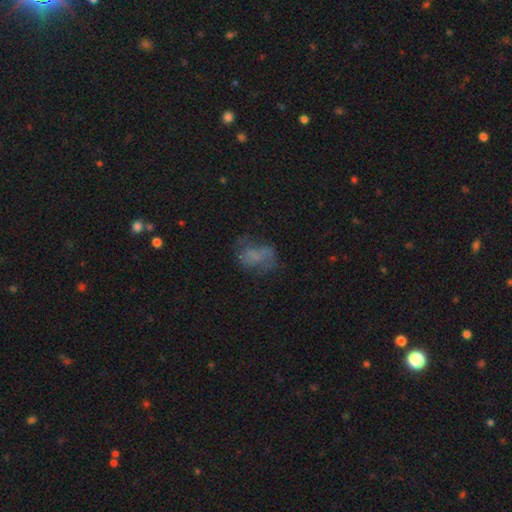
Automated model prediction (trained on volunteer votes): A smooth galaxy with no disk features (48%). Merging: none (44%).